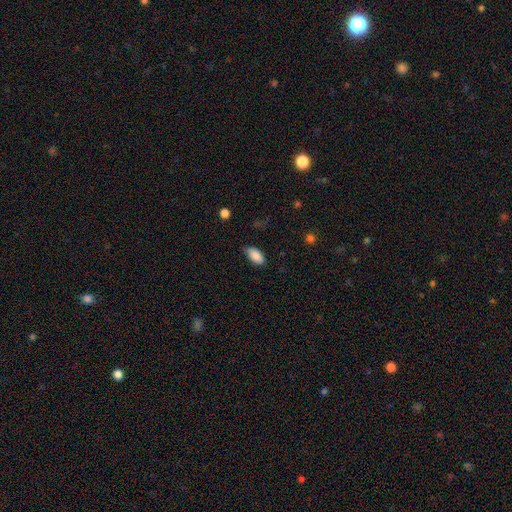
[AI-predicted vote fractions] smooth_or_featured: smooth (p=0.87) [alt: star or artifact p=0.07]
how_rounded: in between (p=0.94) [alt: cigar-shaped p=0.03]
merging: none (p=0.73) [alt: minor disturbance p=0.22]